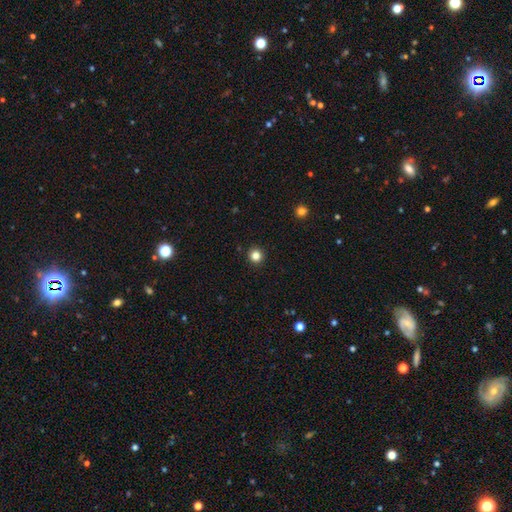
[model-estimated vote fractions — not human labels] Smooth or featured? Predicted: smooth (p=0.83). How rounded? Predicted: round (p=0.95). Merging? Predicted: none (p=0.93).